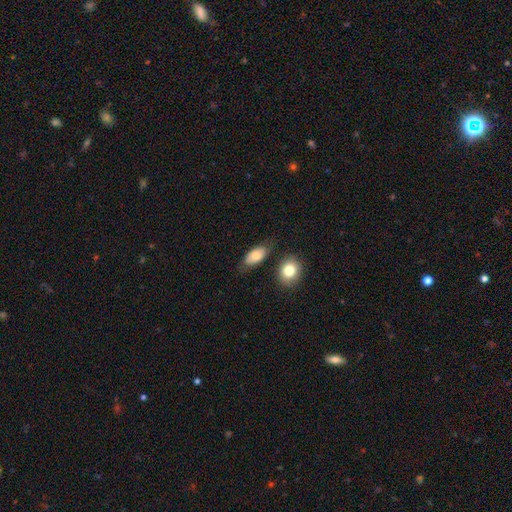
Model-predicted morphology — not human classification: This appears to be a smooth galaxy with no disk features (79%) that is in between round and cigar-shaped (88%). Merging: none (68%).